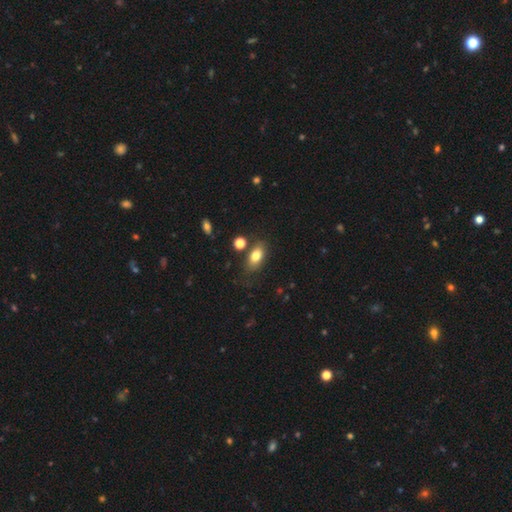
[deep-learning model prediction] Overall: smooth (79%). How rounded: in between (86%). Merging: none (72%).